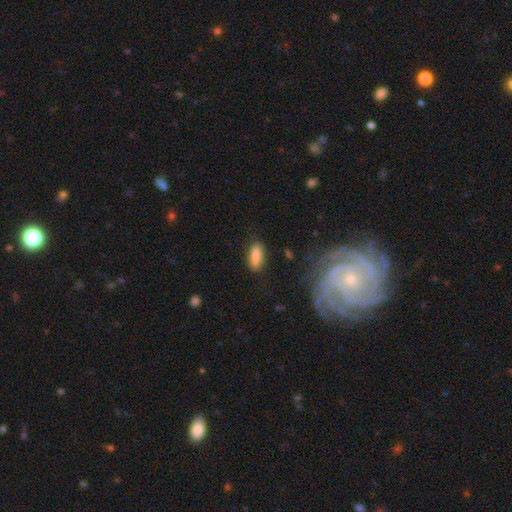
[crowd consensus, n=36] Smooth or featured?
  - smooth: 92% *
  - featured or disk: 6%
  - star or artifact: 3%
How rounded?
  - in between: 61% *
  - cigar-shaped: 39%
  - round: 0%
Merging?
  - none: 89% *
  - minor disturbance: 6%
  - major disturbance: 3%
  - merger: 3%